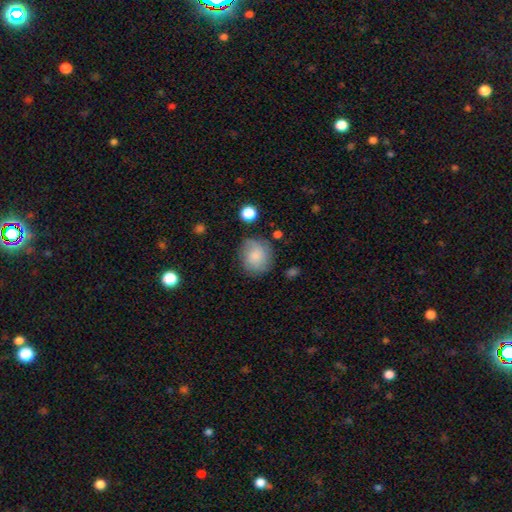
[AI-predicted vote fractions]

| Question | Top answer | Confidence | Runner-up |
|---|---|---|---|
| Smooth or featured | smooth | 76% | featured or disk (16%) |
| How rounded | round | 75% | in between (24%) |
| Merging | none | 72% | minor disturbance (19%) |